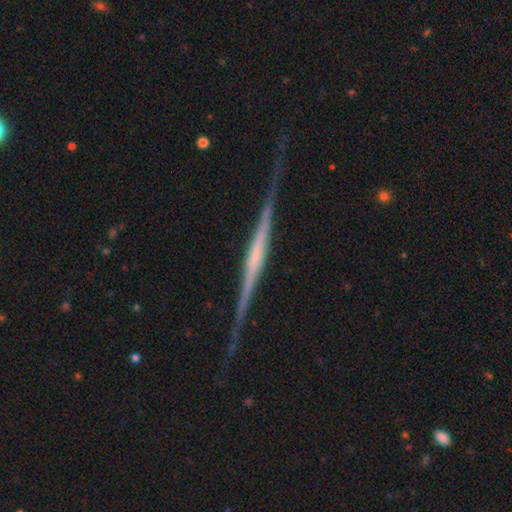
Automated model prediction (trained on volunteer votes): smooth-or-featured: featured or disk: 84% | smooth: 10% | star or artifact: 6%
  disk-edge-on: yes: 98% | no: 2%
    edge-on-bulge: none: 39% | rounded: 35% | boxy: 26%
  merging: none: 85% | minor disturbance: 11% | major disturbance: 3% | merger: 2%